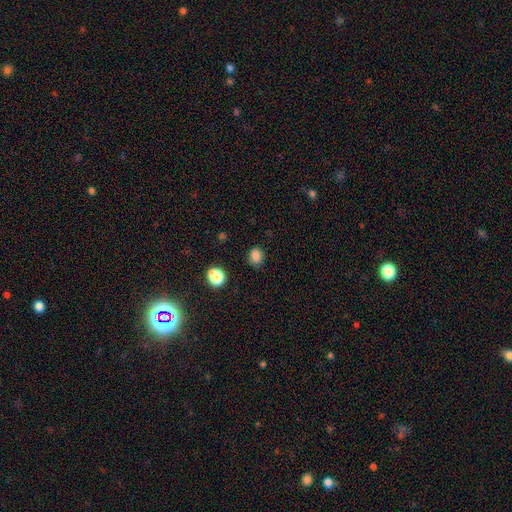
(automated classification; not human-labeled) The model was most divided on "how rounded": round: 51%, in between: 48%, cigar-shaped: 1%. More confident: smooth or featured — smooth (82%); merging — none (80%).